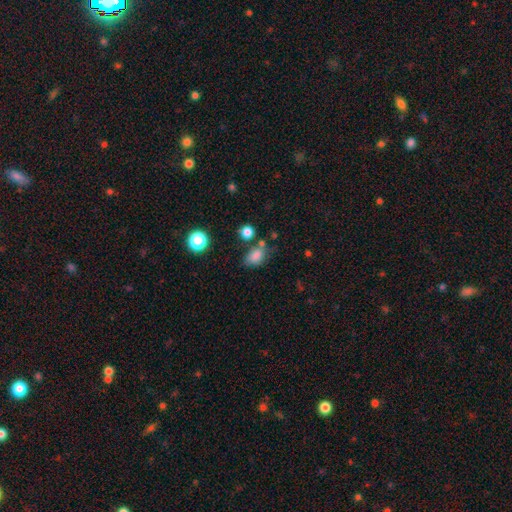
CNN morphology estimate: The model was most divided on "merging": none: 55%, minor disturbance: 23%, merger: 14%, major disturbance: 8%. More confident: smooth or featured — smooth (80%); how rounded — in between (75%).